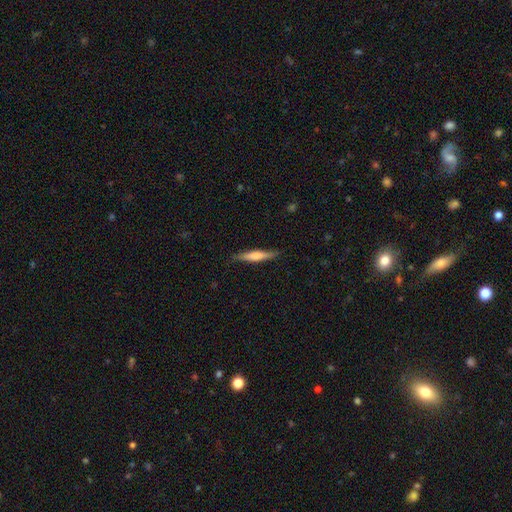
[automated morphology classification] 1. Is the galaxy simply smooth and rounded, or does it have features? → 54% smooth, 41% featured or disk, 5% star or artifact.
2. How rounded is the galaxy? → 89% cigar-shaped, 9% in between, 2% round.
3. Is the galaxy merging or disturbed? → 86% none, 10% minor disturbance, 2% major disturbance, 1% merger.